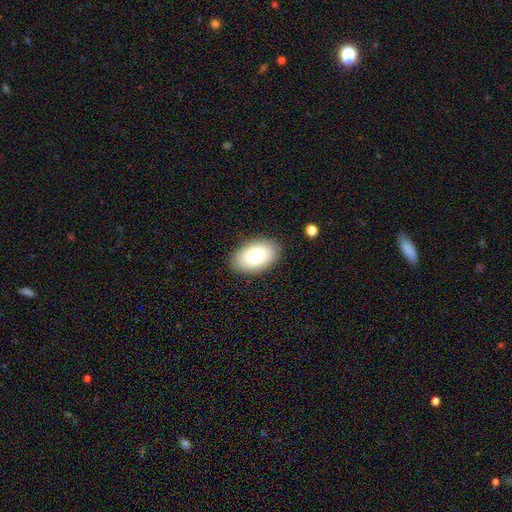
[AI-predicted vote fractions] Smooth or featured?
  - smooth: 77% *
  - featured or disk: 16%
  - star or artifact: 7%
How rounded?
  - in between: 93% *
  - round: 6%
  - cigar-shaped: 1%
Merging?
  - none: 87% *
  - minor disturbance: 10%
  - major disturbance: 3%
  - merger: 1%